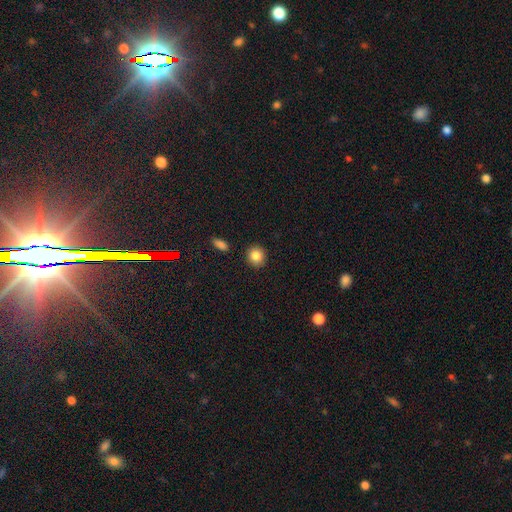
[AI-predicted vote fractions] Smooth or featured?
  - smooth: 85% *
  - star or artifact: 9%
  - featured or disk: 6%
How rounded?
  - round: 88% *
  - in between: 11%
  - cigar-shaped: 1%
Merging?
  - none: 89% *
  - minor disturbance: 7%
  - merger: 2%
  - major disturbance: 2%